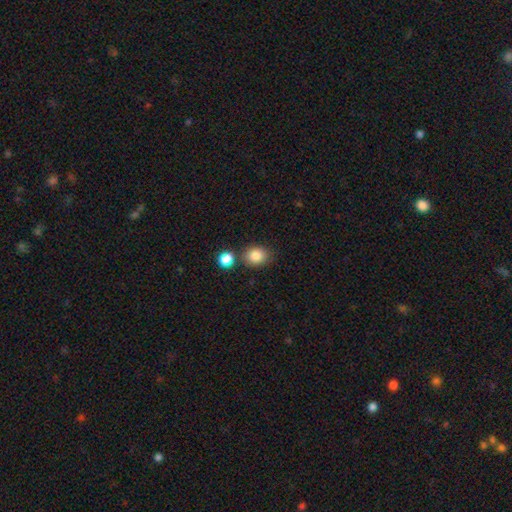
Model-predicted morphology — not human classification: Smooth or featured? smooth (85%)
How rounded? round (60%)
Merging? none (76%)